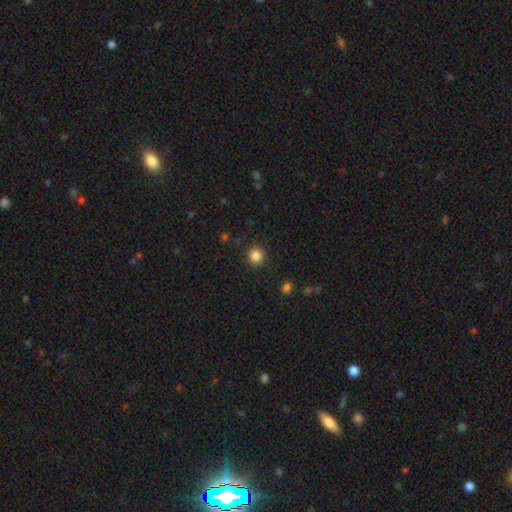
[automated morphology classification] type=smooth (85%); roundness=round (92%); merging=none (90%).